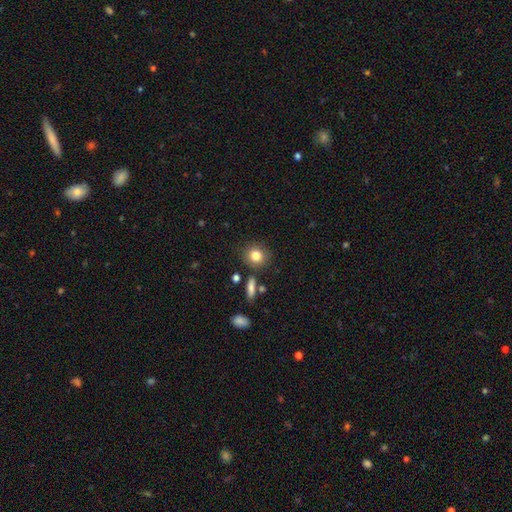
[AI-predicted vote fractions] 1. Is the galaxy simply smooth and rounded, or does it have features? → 83% smooth, 10% star or artifact, 8% featured or disk.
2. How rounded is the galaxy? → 84% round, 15% in between, 1% cigar-shaped.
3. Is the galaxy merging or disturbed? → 84% none, 9% minor disturbance, 4% merger, 3% major disturbance.